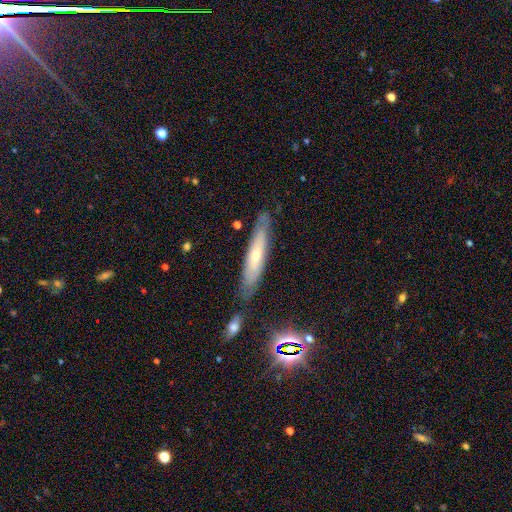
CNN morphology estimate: featured or disk 50%, smooth 42%, star or artifact 8%. Down the decision tree: edge-on disk — yes (66%); merging — none (79%).